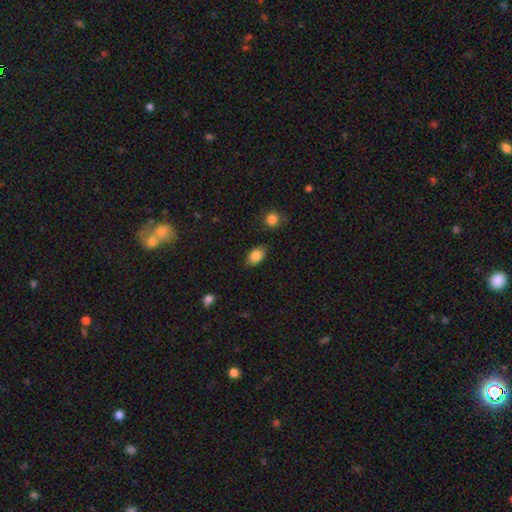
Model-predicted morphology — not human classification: A smooth galaxy with no disk features (84%) that is in between round and cigar-shaped (85%). Merging: none (82%).